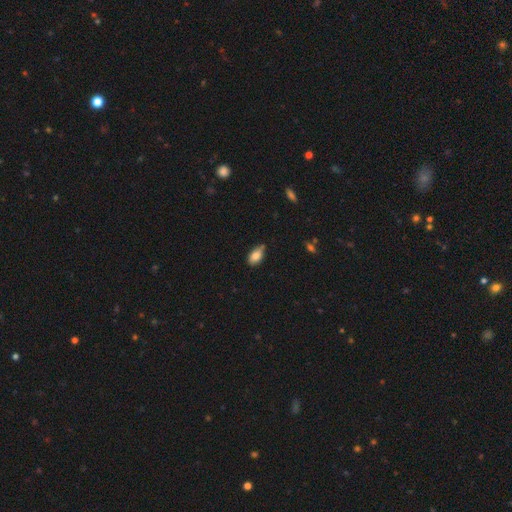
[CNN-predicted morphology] smooth-or-featured: smooth: 82% | featured or disk: 10% | star or artifact: 8%
  how-rounded: in between: 91% | round: 5% | cigar-shaped: 4%
  merging: none: 59% | minor disturbance: 33% | major disturbance: 4% | merger: 3%